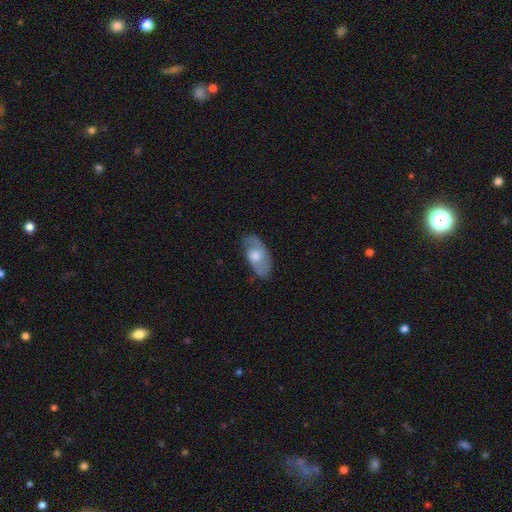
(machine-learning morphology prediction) featured or disk 49%, smooth 44%, star or artifact 6%. Down the decision tree: merging — none (72%).